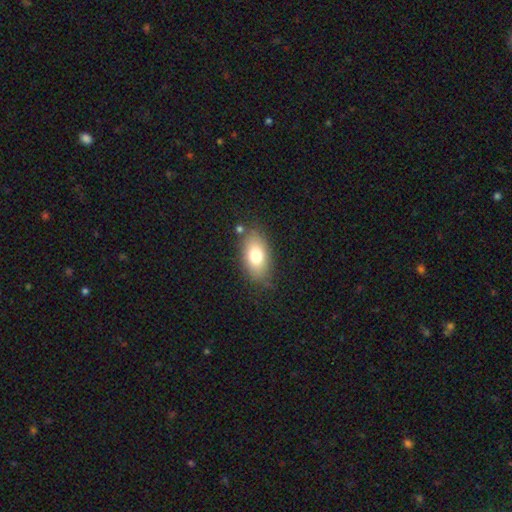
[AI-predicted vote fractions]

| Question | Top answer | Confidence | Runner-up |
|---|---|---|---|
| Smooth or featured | smooth | 75% | featured or disk (16%) |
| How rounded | in between | 89% | round (7%) |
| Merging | none | 79% | minor disturbance (13%) |